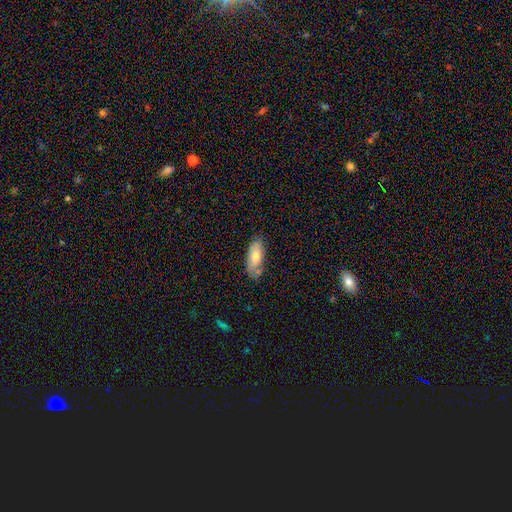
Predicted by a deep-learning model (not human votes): Smooth or featured? smooth (70%)
How rounded? in between (78%)
Merging? none (68%)